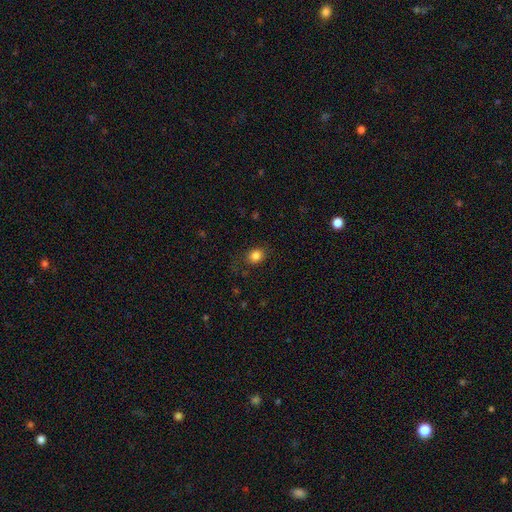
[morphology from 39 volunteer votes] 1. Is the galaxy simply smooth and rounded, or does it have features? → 90% smooth, 5% featured or disk, 5% star or artifact.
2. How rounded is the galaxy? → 69% round, 31% in between, 0% cigar-shaped.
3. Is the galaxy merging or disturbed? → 89% none, 5% minor disturbance, 3% major disturbance, 3% merger.